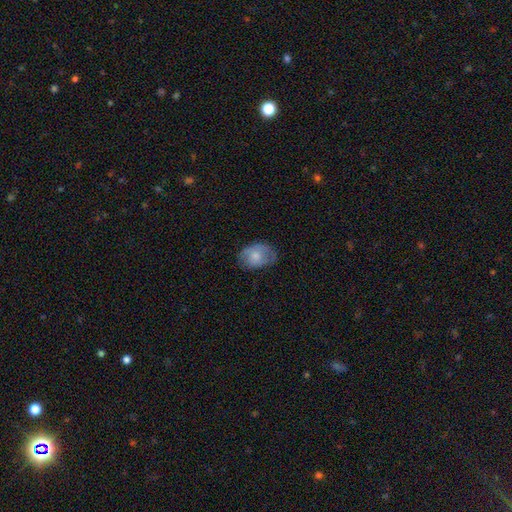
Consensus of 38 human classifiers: This appears to be a smooth galaxy with no disk features (74%) that is in between round and cigar-shaped (89%). Merging: none (73%).